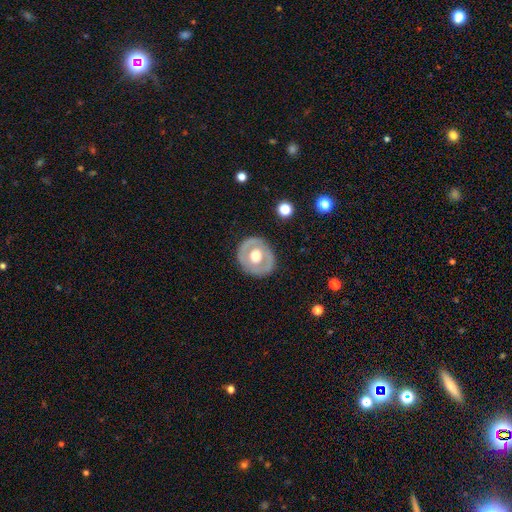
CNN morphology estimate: featured or disk 58%, smooth 37%, star or artifact 5%. Down the decision tree: edge-on disk — no (95%); bar — no (82%); spiral arms — no (81%); bulge size — moderate (62%); merging — none (83%).